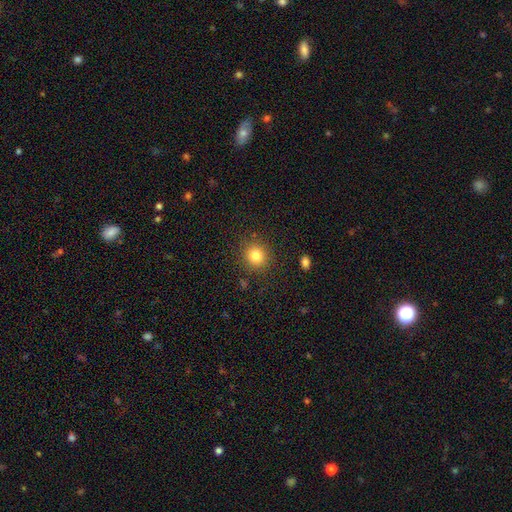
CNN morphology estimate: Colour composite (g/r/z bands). It shows a smooth galaxy with no disk features (82%) that is round (88%). Merging: none (87%).